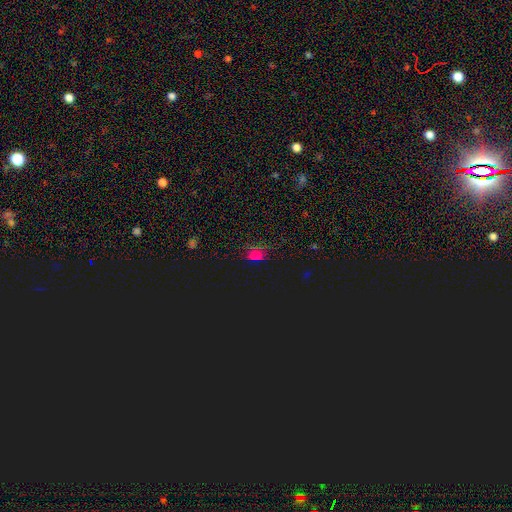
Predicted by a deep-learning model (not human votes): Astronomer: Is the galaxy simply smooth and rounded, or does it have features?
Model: star or artifact — 49% (runner-up: smooth, 44%).